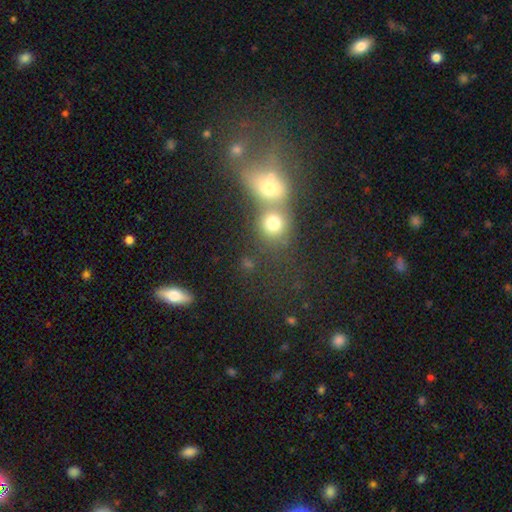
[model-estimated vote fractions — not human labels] Morphology: type=smooth (49%); merging=merger (64%).